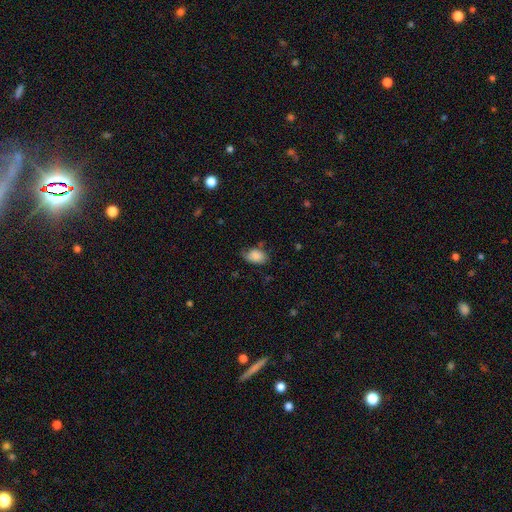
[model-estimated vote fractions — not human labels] Smooth or featured?
  - smooth: 83% *
  - featured or disk: 9%
  - star or artifact: 8%
How rounded?
  - in between: 88% *
  - round: 11%
  - cigar-shaped: 1%
Merging?
  - none: 55% *
  - minor disturbance: 33%
  - major disturbance: 9%
  - merger: 3%